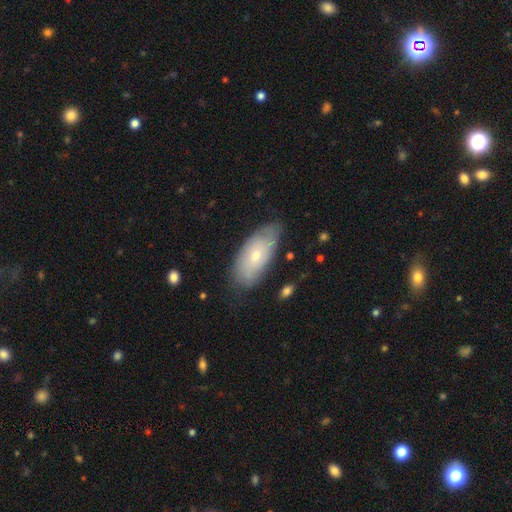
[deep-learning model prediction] Smooth or featured: smooth — 52% (featured or disk — 41%)
How rounded: in between — 89% (cigar-shaped — 8%)
Merging: none — 70% (minor disturbance — 23%)